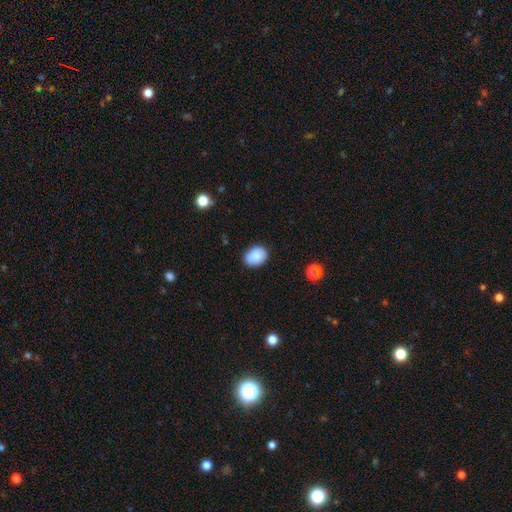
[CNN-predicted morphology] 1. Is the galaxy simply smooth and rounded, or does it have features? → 86% smooth, 8% star or artifact, 7% featured or disk.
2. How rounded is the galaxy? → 70% in between, 29% round, 1% cigar-shaped.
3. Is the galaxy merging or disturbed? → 77% none, 18% minor disturbance, 3% major disturbance, 2% merger.